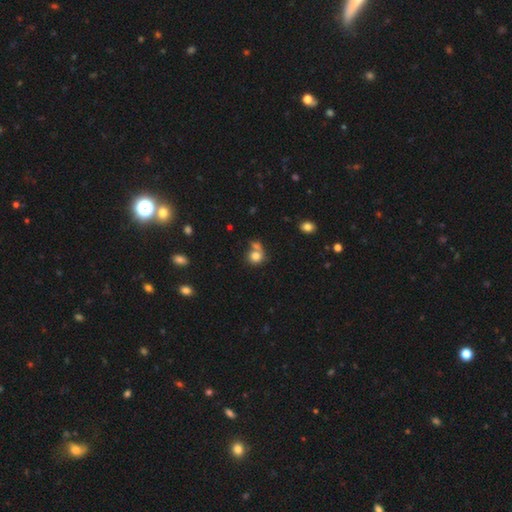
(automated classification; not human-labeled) smooth 79%, featured or disk 11%, star or artifact 10%. Down the decision tree: how rounded — round (80%); merging — none (43%).